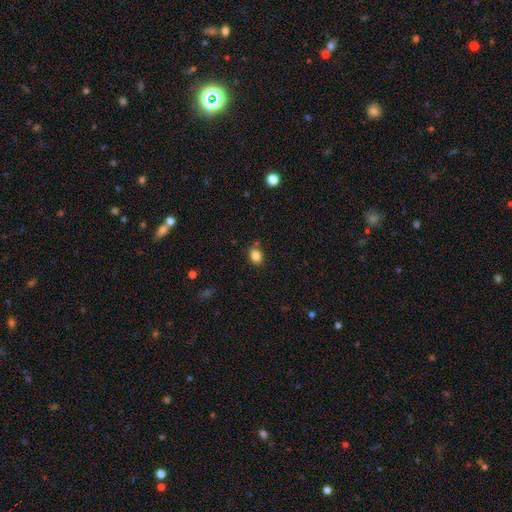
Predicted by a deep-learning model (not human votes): A smooth galaxy with no disk features (84%) that is in between round and cigar-shaped (58%). Merging: none (80%).